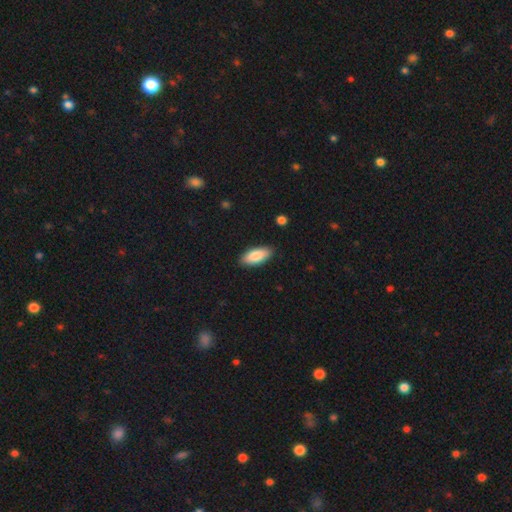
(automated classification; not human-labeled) A smooth galaxy with no disk features (85%) that is in between round and cigar-shaped (86%). Merging: none (87%).